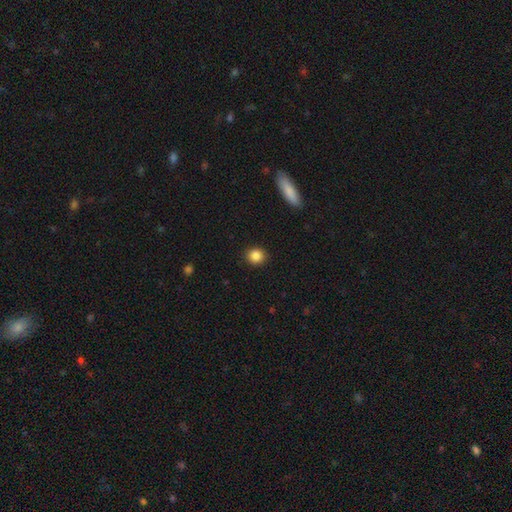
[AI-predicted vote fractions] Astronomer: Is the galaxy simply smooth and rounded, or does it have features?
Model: smooth — 86%.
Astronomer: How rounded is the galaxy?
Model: round — 87%.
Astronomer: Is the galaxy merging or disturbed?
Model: none — 91%.